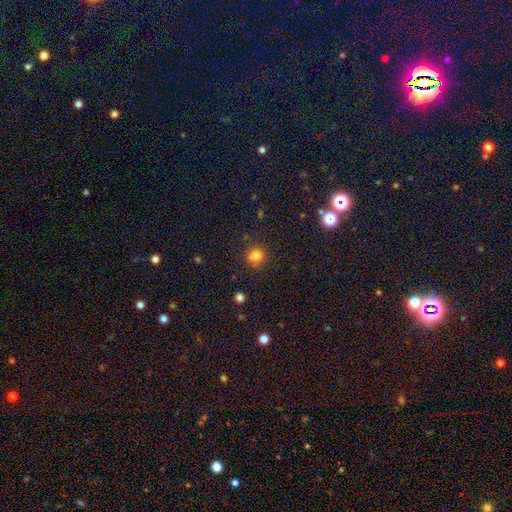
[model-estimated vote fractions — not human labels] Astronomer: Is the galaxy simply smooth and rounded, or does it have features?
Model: smooth — 77%.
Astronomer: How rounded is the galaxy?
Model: round — 91%.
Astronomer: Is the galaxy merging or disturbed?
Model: none — 71%.